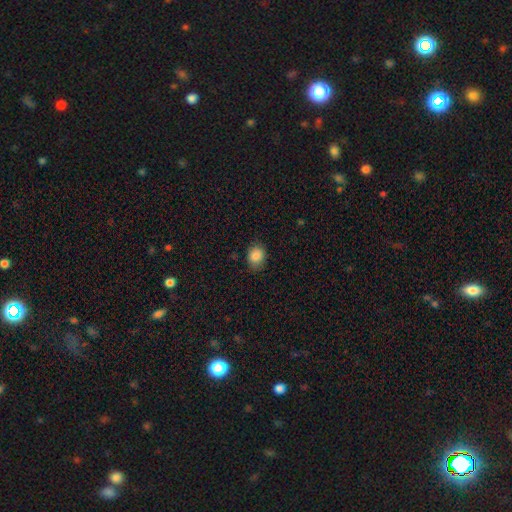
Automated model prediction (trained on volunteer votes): Smooth or featured? Predicted: smooth (p=0.86). How rounded? Predicted: in between (p=0.53). Merging? Predicted: none (p=0.81).